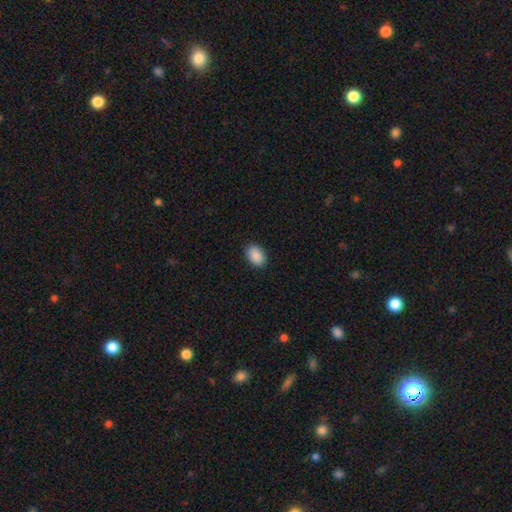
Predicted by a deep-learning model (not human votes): Q: Smooth or featured?
A: smooth (91%); runner-up: star or artifact (7%)
Q: How rounded?
A: in between (87%); runner-up: round (12%)
Q: Merging?
A: none (89%); runner-up: minor disturbance (8%)